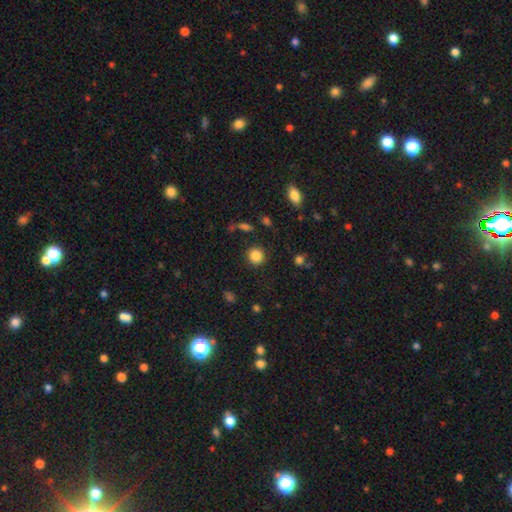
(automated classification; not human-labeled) A smooth galaxy with no disk features (85%) that is round (90%). Merging: none (89%).